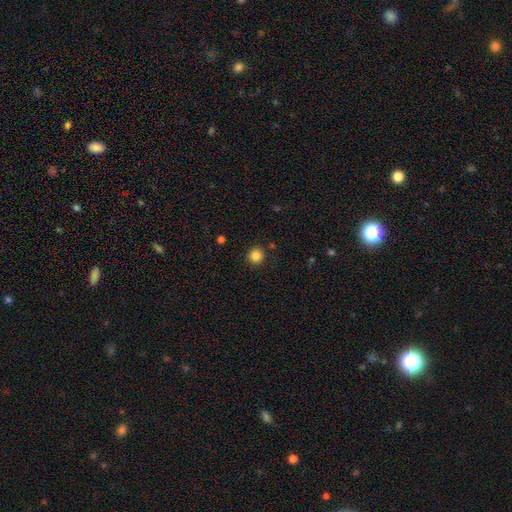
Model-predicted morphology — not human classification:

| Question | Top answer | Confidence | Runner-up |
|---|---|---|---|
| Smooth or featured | smooth | 84% | star or artifact (12%) |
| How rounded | round | 94% | in between (6%) |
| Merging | none | 91% | minor disturbance (6%) |